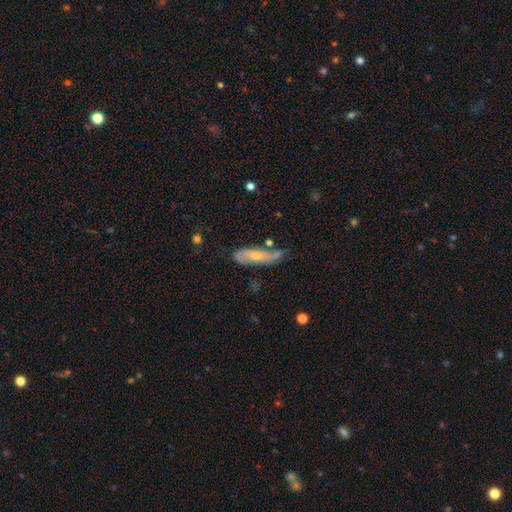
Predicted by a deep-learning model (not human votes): smooth_or_featured: featured or disk (p=0.50) [alt: smooth p=0.43]
disk_edge_on: no (p=0.64) [alt: yes p=0.36]
merging: none (p=0.51) [alt: minor disturbance p=0.30]